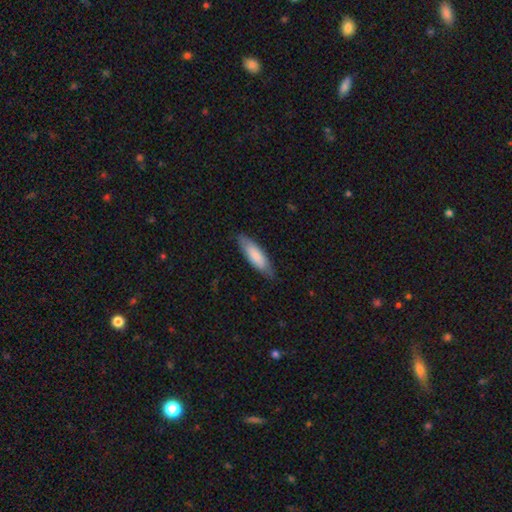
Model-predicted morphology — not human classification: smooth 80%, featured or disk 15%, star or artifact 5%. Down the decision tree: how rounded — cigar-shaped (51%); merging — none (79%).